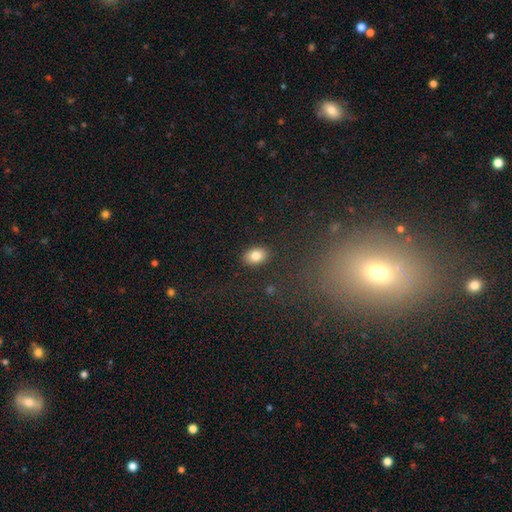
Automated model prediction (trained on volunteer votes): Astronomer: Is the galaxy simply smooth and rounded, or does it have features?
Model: smooth — 82%.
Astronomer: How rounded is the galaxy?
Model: in between — 83%.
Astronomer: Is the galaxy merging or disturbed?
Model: none — 88%.